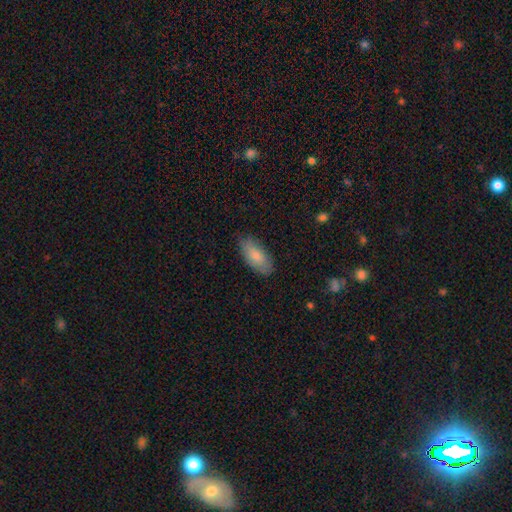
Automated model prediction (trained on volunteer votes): Morphology: type=smooth (81%); roundness=in between (88%); merging=none (81%).